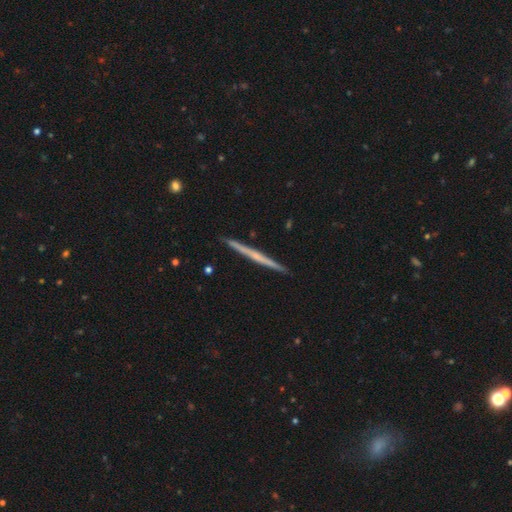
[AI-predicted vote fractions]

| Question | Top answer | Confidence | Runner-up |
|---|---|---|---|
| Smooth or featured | featured or disk | 66% | smooth (28%) |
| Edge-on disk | yes | 98% | no (2%) |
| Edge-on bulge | none | 66% | rounded (28%) |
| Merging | none | 93% | minor disturbance (5%) |